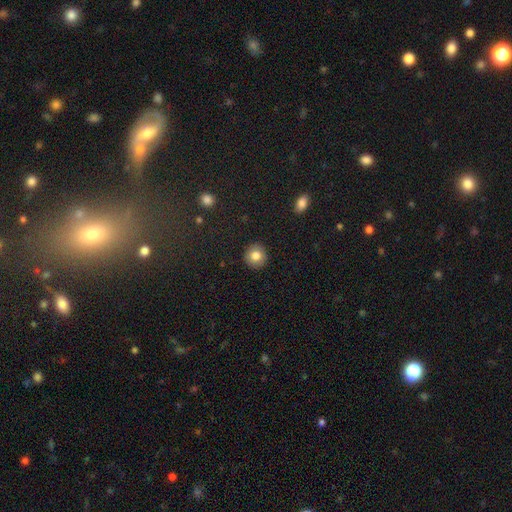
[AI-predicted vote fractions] Smooth or featured: smooth — 81% (featured or disk — 10%)
How rounded: round — 93% (in between — 6%)
Merging: none — 92% (minor disturbance — 5%)